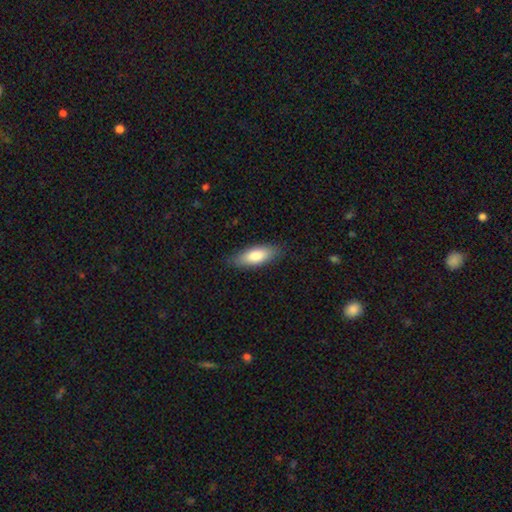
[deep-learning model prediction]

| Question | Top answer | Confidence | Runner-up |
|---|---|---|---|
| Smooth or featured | smooth | 80% | featured or disk (14%) |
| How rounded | in between | 70% | cigar-shaped (28%) |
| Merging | none | 85% | minor disturbance (11%) |